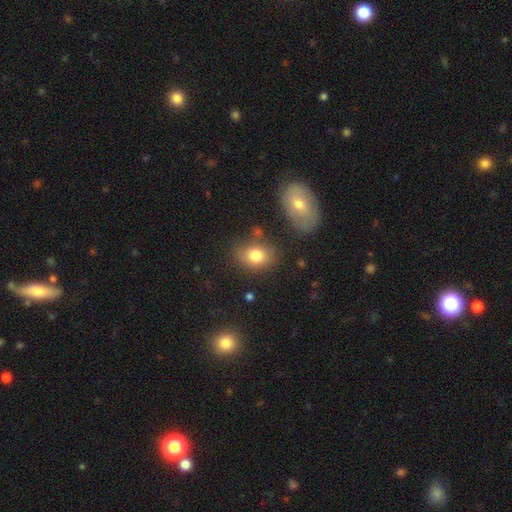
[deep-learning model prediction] Smooth or featured: smooth — 80% (featured or disk — 10%)
How rounded: in between — 66% (round — 32%)
Merging: none — 70% (minor disturbance — 16%)